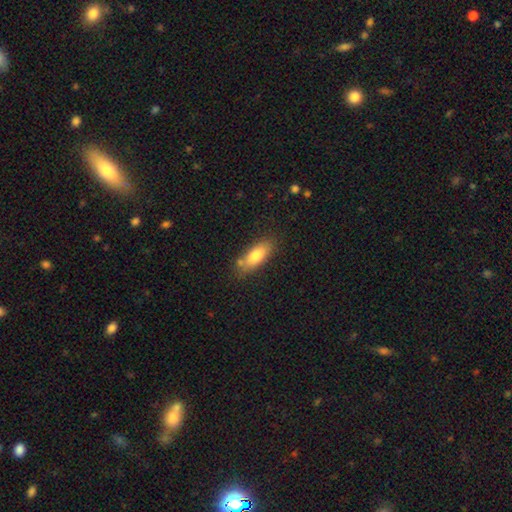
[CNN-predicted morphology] This is likely a smooth galaxy (77%). How rounded: likely in between (73%). Merging: likely none (72%).